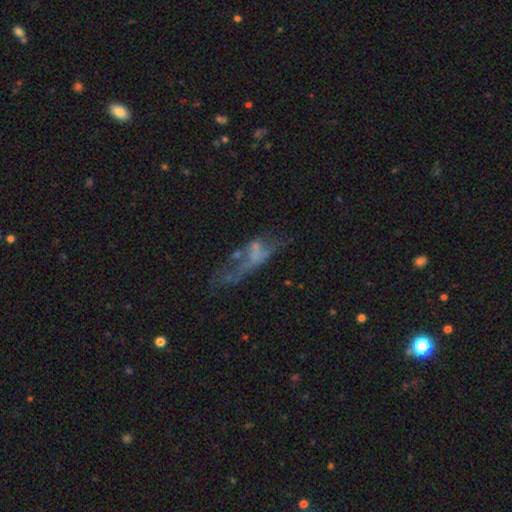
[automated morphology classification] smooth-or-featured: featured or disk: 51% | smooth: 32% | star or artifact: 17%
  disk-edge-on: no: 83% | yes: 17%
  merging: major disturbance: 39% | none: 28% | minor disturbance: 17% | merger: 16%